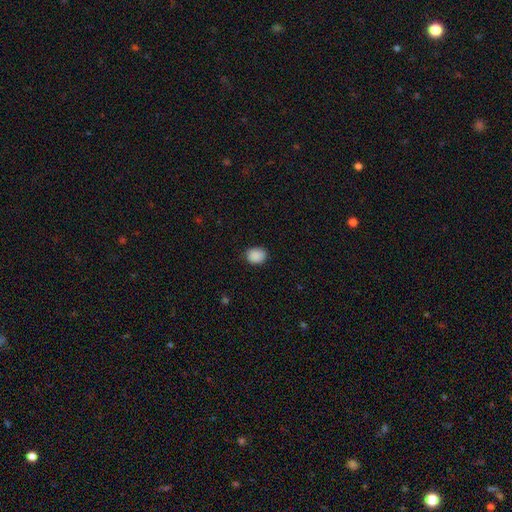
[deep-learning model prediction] Smooth or featured? smooth (89%)
How rounded? round (57%)
Merging? none (80%)